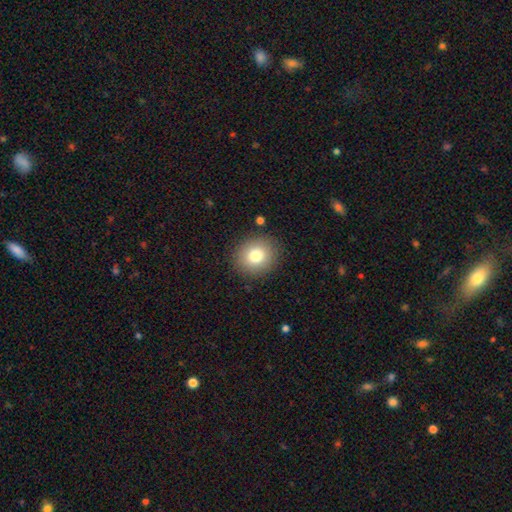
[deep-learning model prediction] Smooth or featured: smooth — 79% (featured or disk — 11%)
How rounded: round — 78% (in between — 21%)
Merging: none — 88% (minor disturbance — 8%)